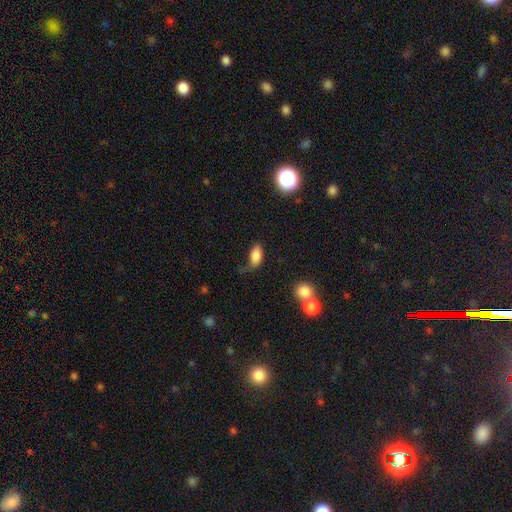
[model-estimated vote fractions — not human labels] Q: Smooth or featured?
A: smooth (83%); runner-up: star or artifact (9%)
Q: How rounded?
A: in between (91%); runner-up: round (5%)
Q: Merging?
A: none (50%); runner-up: minor disturbance (30%)